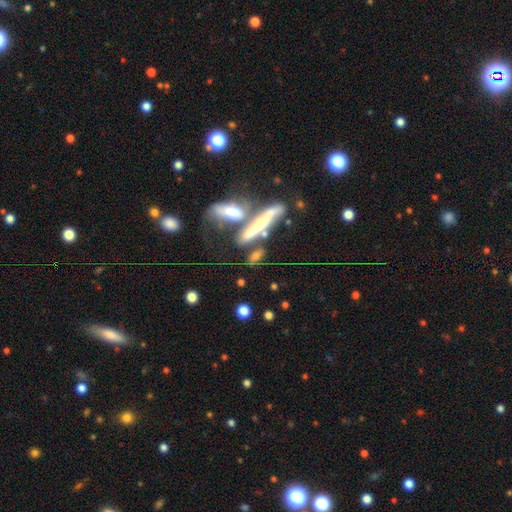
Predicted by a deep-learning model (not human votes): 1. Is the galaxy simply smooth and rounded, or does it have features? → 53% smooth, 35% featured or disk, 12% star or artifact.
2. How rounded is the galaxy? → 54% cigar-shaped, 37% in between, 9% round.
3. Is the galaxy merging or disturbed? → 44% none, 33% merger, 14% minor disturbance, 8% major disturbance.